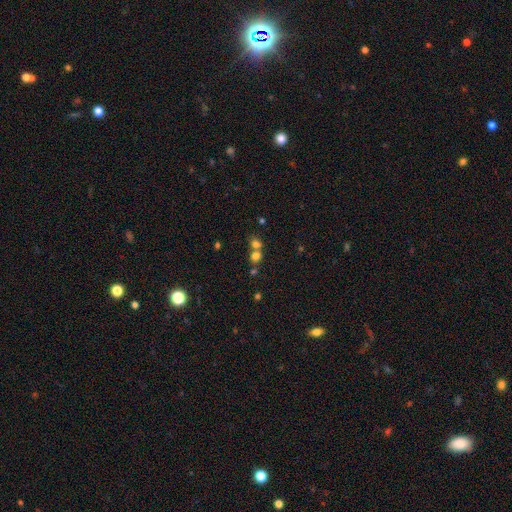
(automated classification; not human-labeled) Smooth or featured? Predicted: smooth (p=0.72). How rounded? Predicted: round (p=0.76). Merging? Predicted: none (p=0.46).